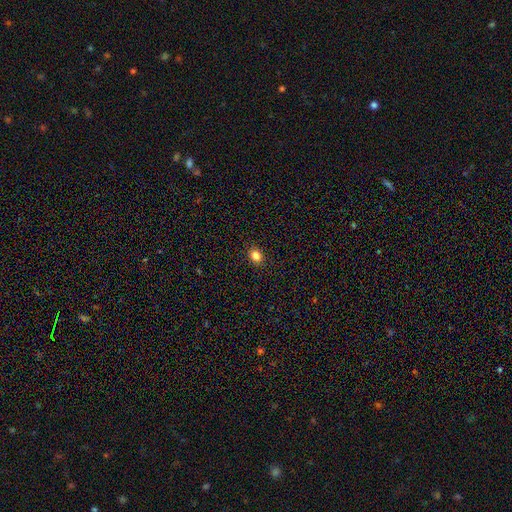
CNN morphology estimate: smooth_or_featured: smooth (p=0.84) [alt: star or artifact p=0.12]
how_rounded: round (p=0.51) [alt: in between p=0.48]
merging: none (p=0.90) [alt: minor disturbance p=0.07]